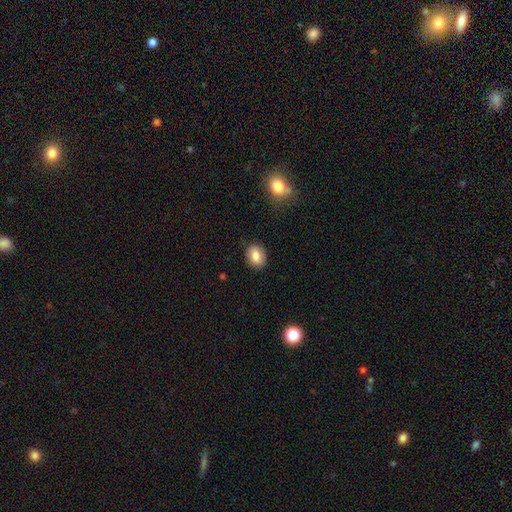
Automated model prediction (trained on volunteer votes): A smooth galaxy with no disk features (83%) that is in between round and cigar-shaped (58%).

Vote fractions:
- Smooth or featured? smooth: 83% / featured or disk: 8% / star or artifact: 8%
- How rounded? in between: 58% / round: 41% / cigar-shaped: 1%
- Merging? none: 87% / minor disturbance: 9% / major disturbance: 2% / merger: 1%